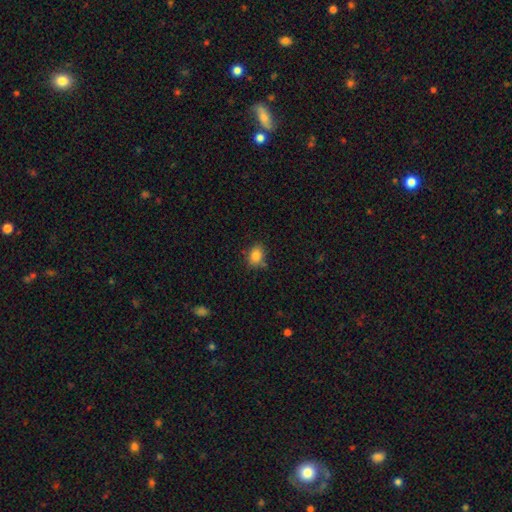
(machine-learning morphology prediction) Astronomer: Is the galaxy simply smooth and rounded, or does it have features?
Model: smooth — 84%.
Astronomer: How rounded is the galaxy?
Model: in between — 64%.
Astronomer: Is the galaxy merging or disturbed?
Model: none — 71%.